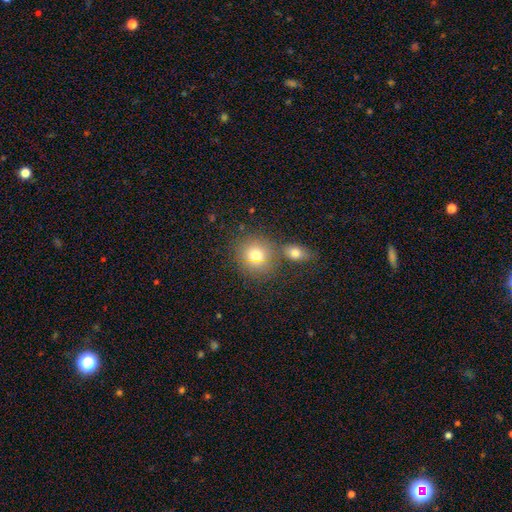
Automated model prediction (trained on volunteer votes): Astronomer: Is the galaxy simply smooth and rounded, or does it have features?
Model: smooth — 74%.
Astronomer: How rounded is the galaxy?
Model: round — 80%.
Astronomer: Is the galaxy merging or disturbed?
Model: none — 66%.